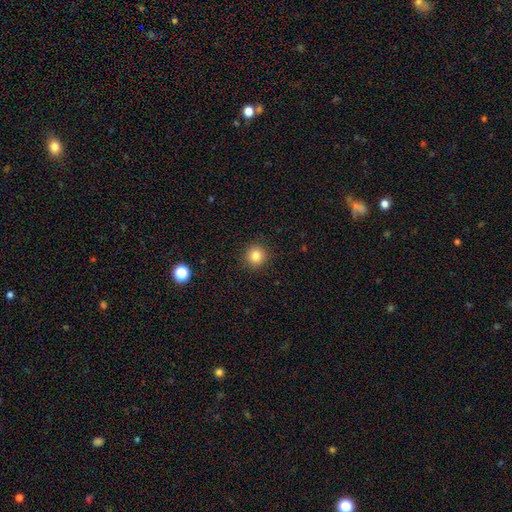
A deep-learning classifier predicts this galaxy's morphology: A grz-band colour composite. It shows a smooth galaxy with no disk features (83%) that is round (93%). Merging: none (92%).